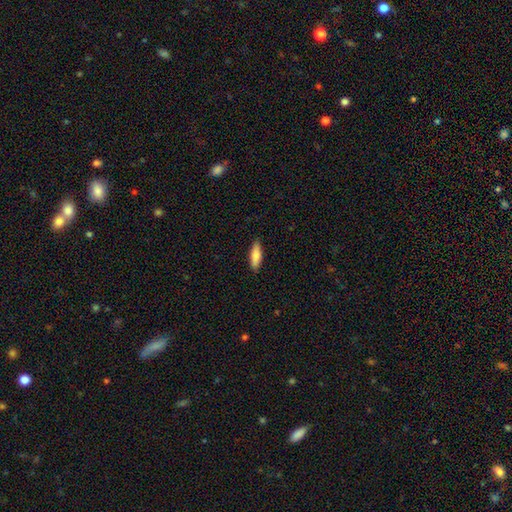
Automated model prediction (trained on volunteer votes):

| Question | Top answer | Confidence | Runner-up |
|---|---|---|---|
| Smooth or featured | smooth | 83% | featured or disk (12%) |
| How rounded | in between | 50% | cigar-shaped (48%) |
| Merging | none | 89% | minor disturbance (9%) |